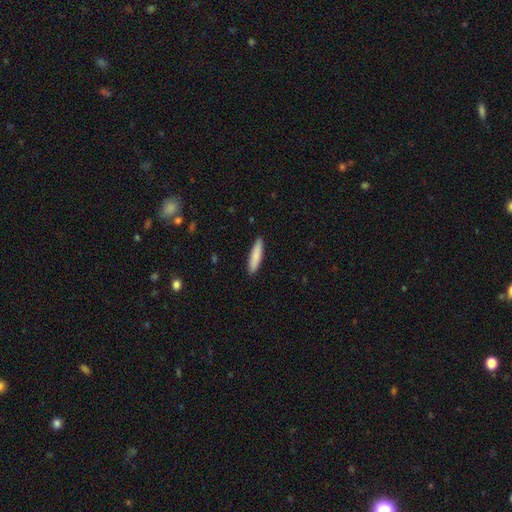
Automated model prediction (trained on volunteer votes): This is clearly a smooth galaxy (85%). How rounded: likely cigar-shaped (79%). Merging: clearly none (90%).